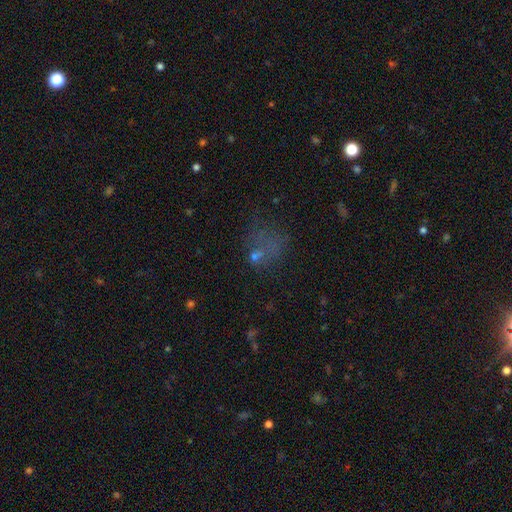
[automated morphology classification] This appears to be a star or artifact, not a galaxy (45%).